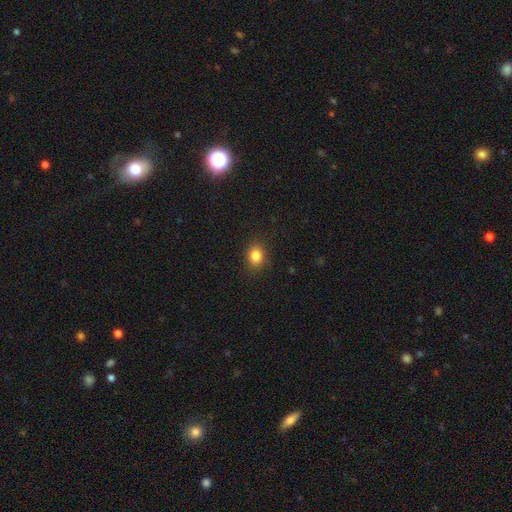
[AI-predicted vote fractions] Q: Smooth or featured?
A: smooth (84%); runner-up: star or artifact (11%)
Q: How rounded?
A: in between (50%); runner-up: round (49%)
Q: Merging?
A: none (86%); runner-up: minor disturbance (10%)